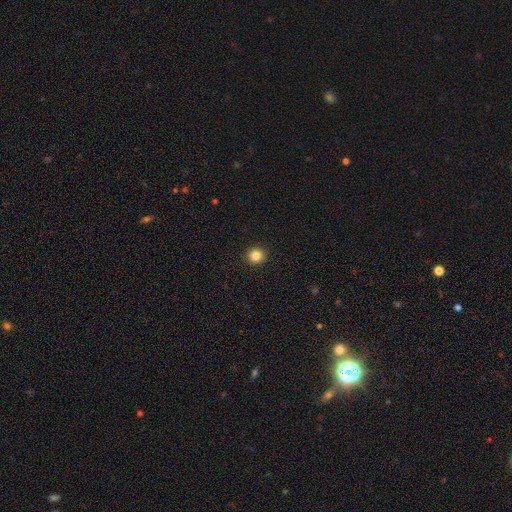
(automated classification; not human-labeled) A smooth galaxy with no disk features (84%) that is round (95%).

Vote fractions:
- Smooth or featured? smooth: 84% / star or artifact: 12% / featured or disk: 4%
- How rounded? round: 95% / in between: 4% / cigar-shaped: 1%
- Merging? none: 93% / minor disturbance: 4% / major disturbance: 2% / merger: 1%